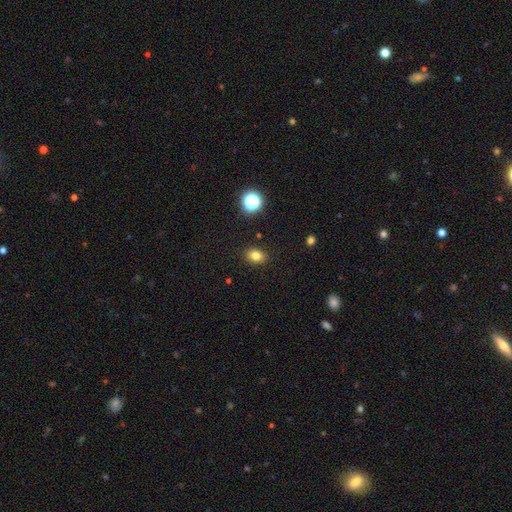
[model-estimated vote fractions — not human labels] Smooth or featured: smooth — 79% (star or artifact — 13%)
How rounded: in between — 57% (round — 42%)
Merging: none — 89% (minor disturbance — 8%)